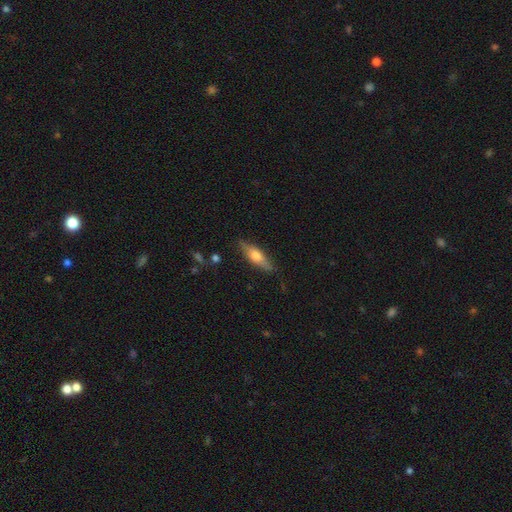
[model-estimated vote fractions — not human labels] Smooth or featured? Predicted: smooth (p=0.48). Merging? Predicted: none (p=0.83).